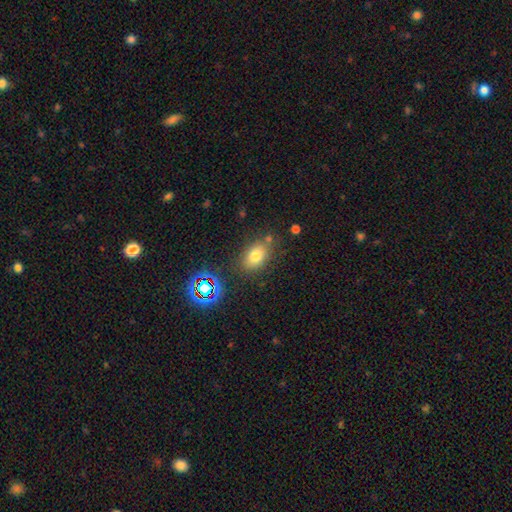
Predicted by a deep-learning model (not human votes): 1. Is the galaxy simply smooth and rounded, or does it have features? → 74% smooth, 15% star or artifact, 11% featured or disk.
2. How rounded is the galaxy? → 79% in between, 19% round, 2% cigar-shaped.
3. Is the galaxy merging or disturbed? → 76% none, 14% minor disturbance, 6% merger, 4% major disturbance.